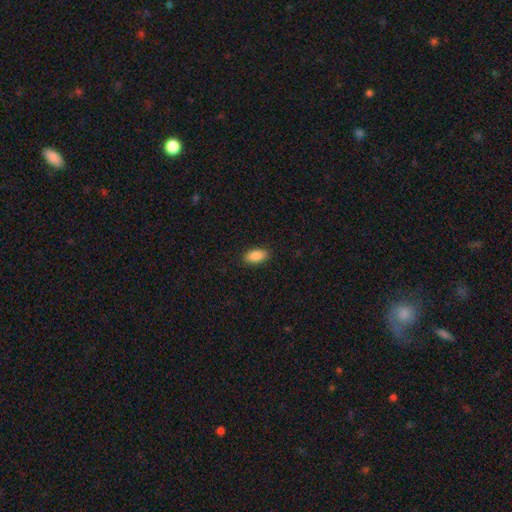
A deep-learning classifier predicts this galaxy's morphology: Smooth or featured? smooth (88%)
How rounded? in between (91%)
Merging? none (88%)